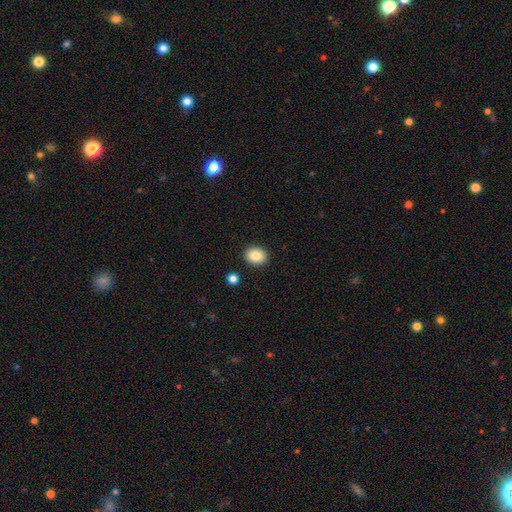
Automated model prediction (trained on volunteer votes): smooth-or-featured: smooth: 85% | star or artifact: 8% | featured or disk: 7%
  how-rounded: round: 54% | in between: 45% | cigar-shaped: 1%
  merging: none: 90% | minor disturbance: 6% | merger: 2% | major disturbance: 2%